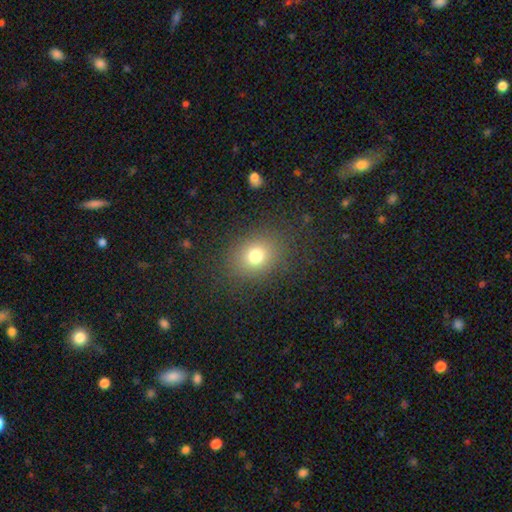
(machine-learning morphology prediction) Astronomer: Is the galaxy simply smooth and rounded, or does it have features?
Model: smooth — 75%.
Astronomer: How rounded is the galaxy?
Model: round — 56% (runner-up: in between, 43%).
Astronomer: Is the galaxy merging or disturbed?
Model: none — 84%.